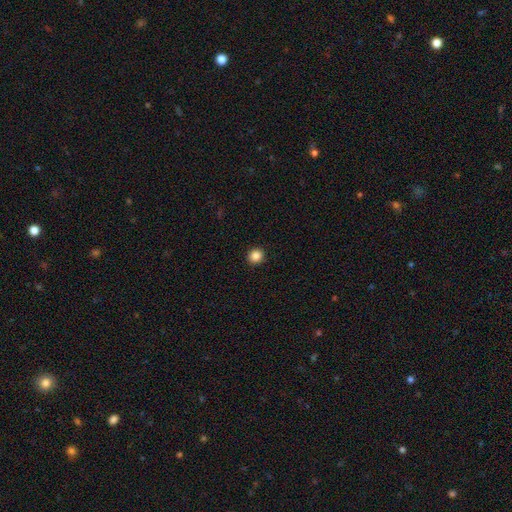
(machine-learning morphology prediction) This appears to be a smooth galaxy with no disk features (86%) that is round (89%). Merging: none (93%).